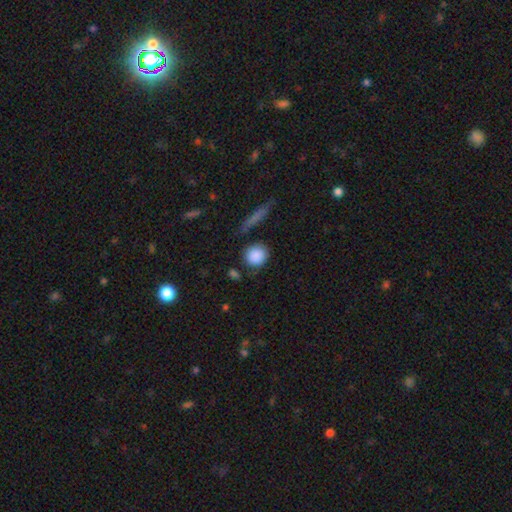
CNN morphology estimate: Smooth or featured? smooth (87%)
How rounded? round (85%)
Merging? none (73%)